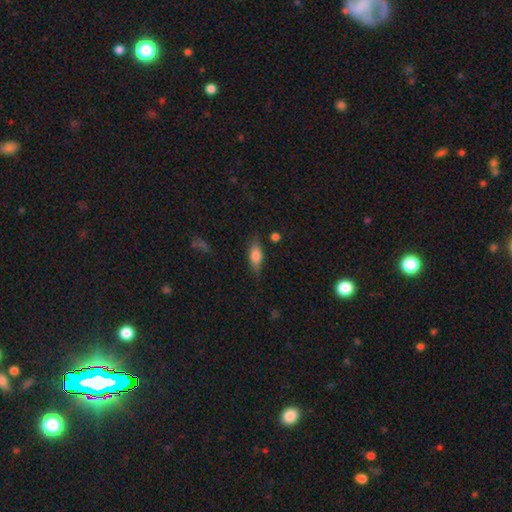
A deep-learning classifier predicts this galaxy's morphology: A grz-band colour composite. It shows a smooth galaxy with no disk features (71%) that is in between round and cigar-shaped (73%). Merging: none (74%).